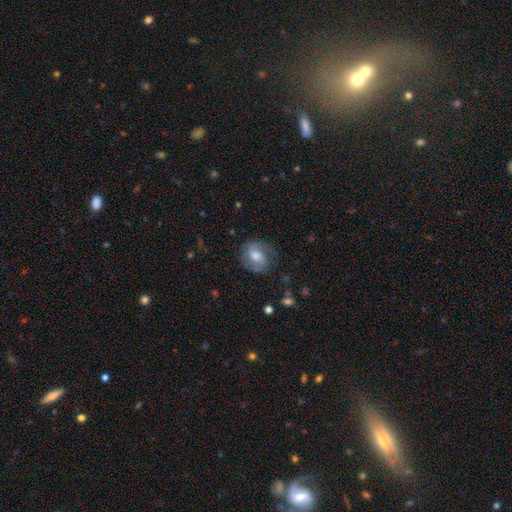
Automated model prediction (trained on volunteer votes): Smooth or featured?
  - featured or disk: 64% *
  - smooth: 28%
  - star or artifact: 8%
Edge-on disk?
  - no: 97% *
  - yes: 3%
Bar?
  - weak: 44% *
  - no: 43%
  - strong: 13%
Spiral arms?
  - yes: 88% *
  - no: 12%
Spiral winding?
  - medium: 47% *
  - tight: 31%
  - loose: 22%
Spiral arm count?
  - 2: 78% *
  - can't tell: 10%
  - 1: 8%
  - 3: 2%
  - 4: 1%
  - more than 4: 1%
Bulge size?
  - moderate: 55% *
  - large: 19%
  - small: 19%
  - none: 5%
  - dominant: 2%
Merging?
  - none: 69% *
  - minor disturbance: 19%
  - major disturbance: 10%
  - merger: 1%